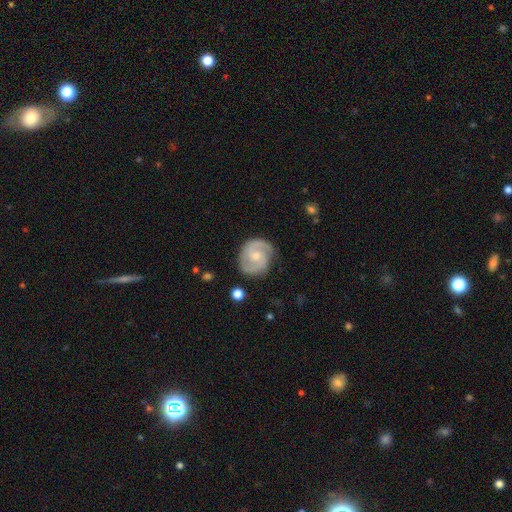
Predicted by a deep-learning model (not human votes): The model was most divided on "bulge size": small: 49%, moderate: 44%, none: 4%, large: 2%, dominant: 1%. Remaining: edge-on disk — no (98%); spiral arms — yes (97%); spiral arm count — 2 (90%); smooth or featured — featured or disk (86%); merging — none (81%); bar — no (56%); spiral winding — medium (48%).